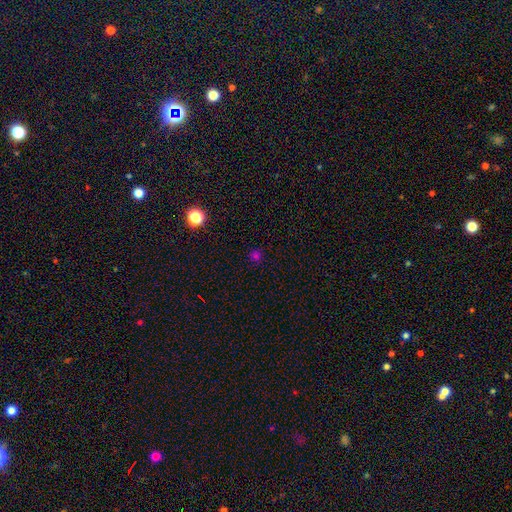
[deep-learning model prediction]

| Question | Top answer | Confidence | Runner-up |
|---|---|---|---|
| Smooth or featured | smooth | 69% | star or artifact (26%) |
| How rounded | round | 93% | in between (6%) |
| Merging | none | 89% | minor disturbance (7%) |